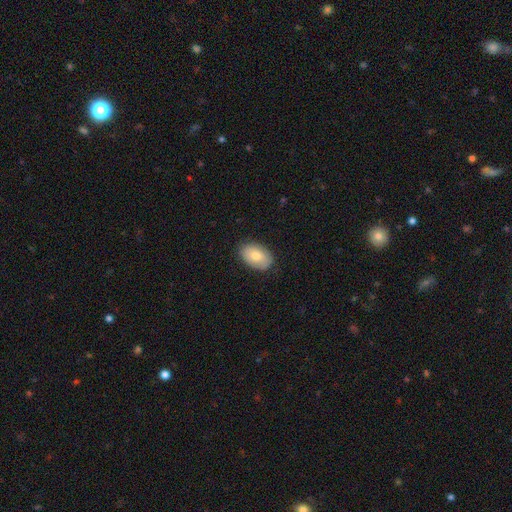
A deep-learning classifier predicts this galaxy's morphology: Smooth or featured: smooth — 79% (featured or disk — 15%)
How rounded: in between — 90% (round — 9%)
Merging: none — 84% (minor disturbance — 13%)